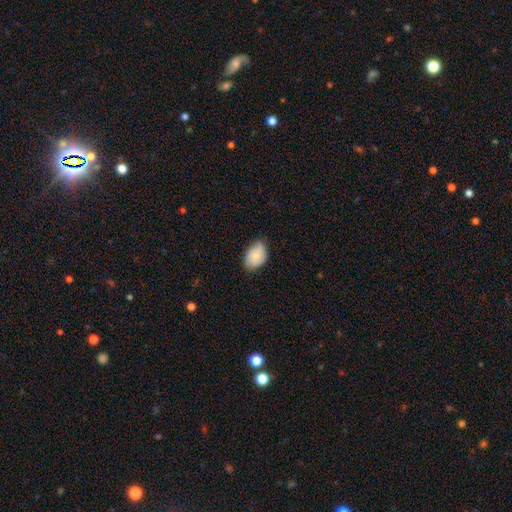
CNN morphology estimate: Overall: smooth (75%). How rounded: in between (87%). Merging: none (73%).